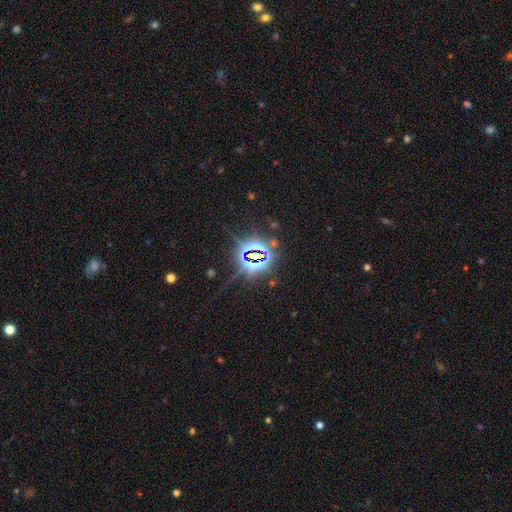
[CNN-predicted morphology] Q: Smooth or featured?
A: star or artifact (83%); runner-up: smooth (9%)